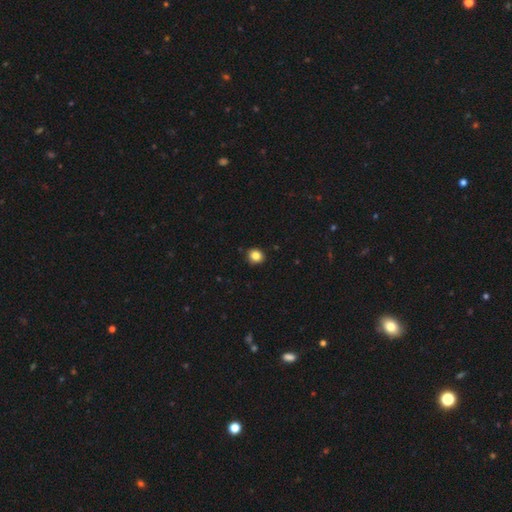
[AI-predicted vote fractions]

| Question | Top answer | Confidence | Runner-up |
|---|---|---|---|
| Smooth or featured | smooth | 84% | star or artifact (11%) |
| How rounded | round | 81% | in between (18%) |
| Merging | none | 89% | minor disturbance (8%) |